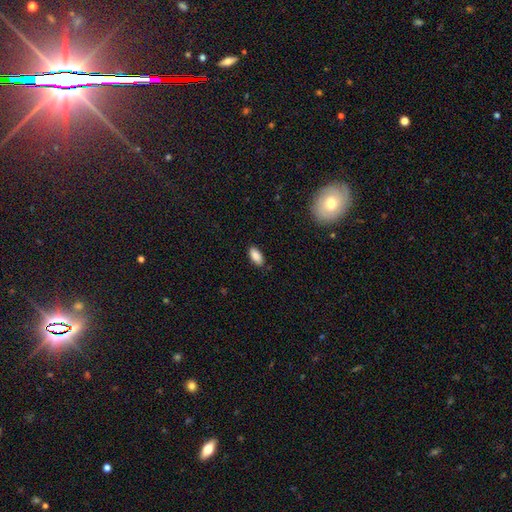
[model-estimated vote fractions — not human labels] A smooth galaxy with no disk features (89%) that is in between round and cigar-shaped (90%). Merging: none (85%).